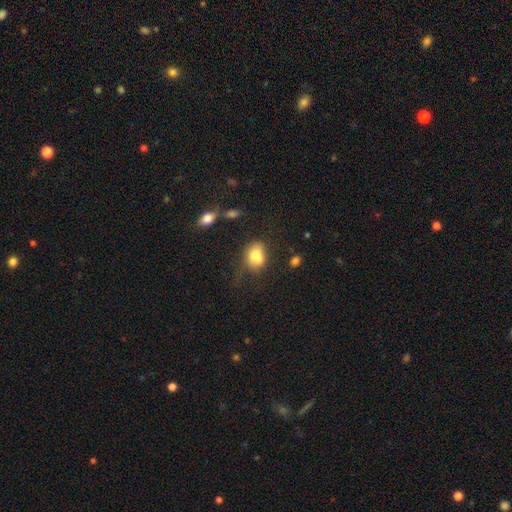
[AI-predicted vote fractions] The model was most divided on "merging": none: 40%, merger: 25%, minor disturbance: 23%, major disturbance: 13%. More confident: smooth or featured — smooth (74%); how rounded — in between (59%).